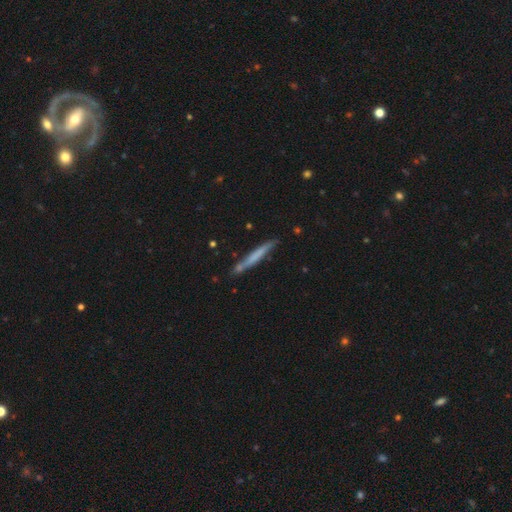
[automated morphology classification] Smooth or featured?
  - smooth: 56% *
  - featured or disk: 38%
  - star or artifact: 6%
How rounded?
  - cigar-shaped: 96% *
  - in between: 3%
  - round: 1%
Merging?
  - none: 79% *
  - minor disturbance: 14%
  - merger: 4%
  - major disturbance: 3%